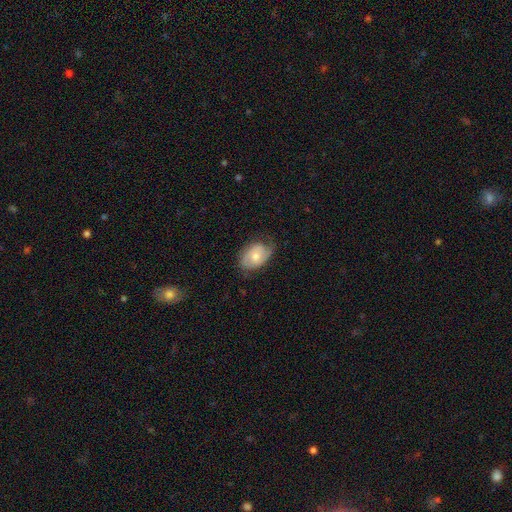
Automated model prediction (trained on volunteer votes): A featured or disk galaxy (54%) with no bar (71%), spiral arms (81%) and a moderate central bulge (60%).

Vote fractions:
- Smooth or featured? featured or disk: 54% / smooth: 39% / star or artifact: 7%
- Edge-on disk? no: 96% / yes: 4%
- Bar? no: 71% / weak: 25% / strong: 4%
- Spiral arms? yes: 81% / no: 19%
- Bulge size? moderate: 60% / small: 32% / large: 5% / none: 2% / dominant: 1%
- Merging? none: 64% / minor disturbance: 26% / major disturbance: 9% / merger: 1%